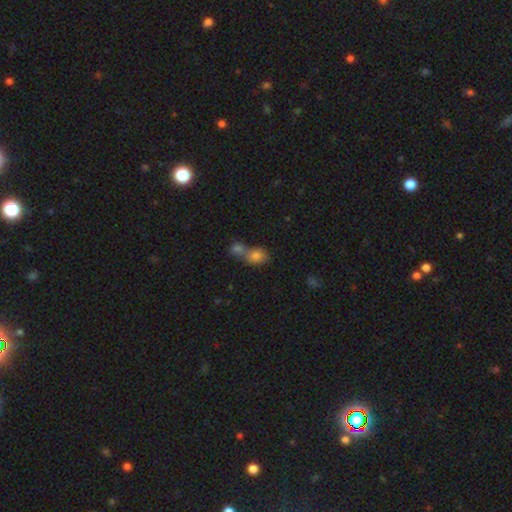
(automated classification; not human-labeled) This appears to be a smooth galaxy with no disk features (79%) that is in between round and cigar-shaped (49%, tied with round). Merging: merger (64%).